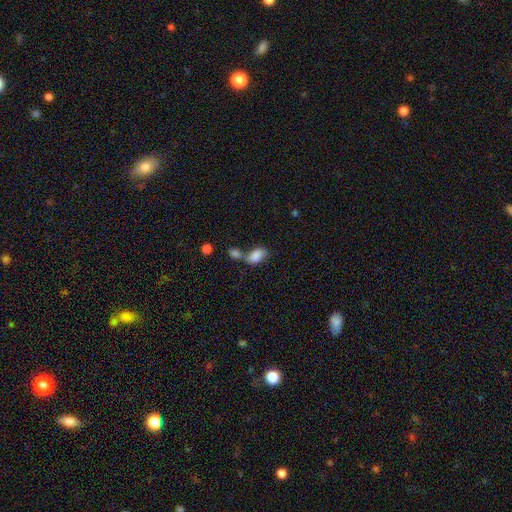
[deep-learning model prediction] A smooth galaxy with no disk features (85%) that is in between round and cigar-shaped (92%). Merging: merger (45%).